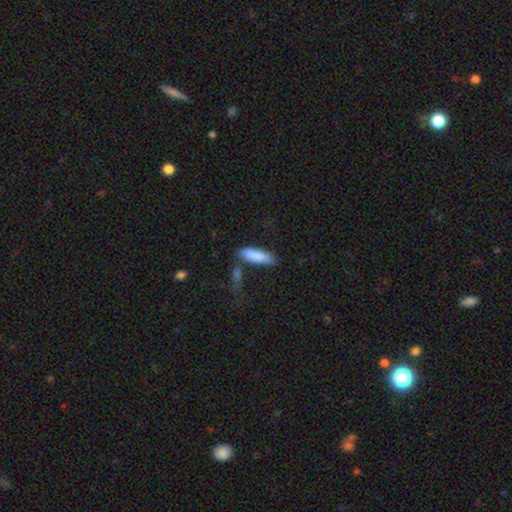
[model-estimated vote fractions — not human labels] Smooth or featured: smooth — 85% (featured or disk — 9%)
How rounded: in between — 54% (cigar-shaped — 44%)
Merging: none — 62% (minor disturbance — 19%)